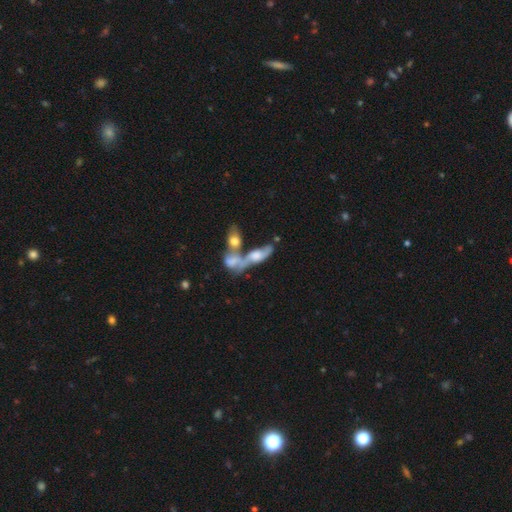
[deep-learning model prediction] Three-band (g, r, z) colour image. It shows a featured or disk galaxy (52%). Merging: merger (65%).